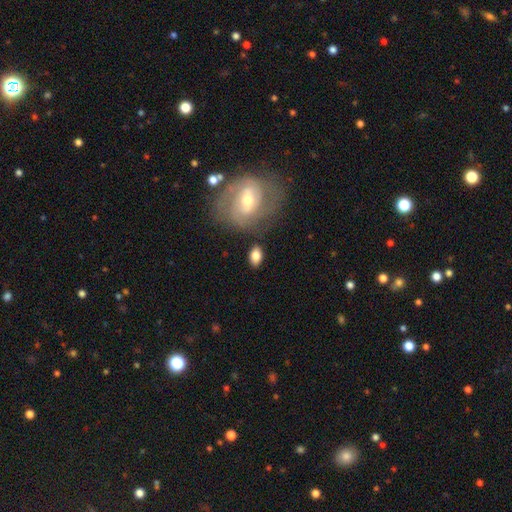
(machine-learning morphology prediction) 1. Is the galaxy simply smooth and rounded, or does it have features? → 79% smooth, 14% featured or disk, 7% star or artifact.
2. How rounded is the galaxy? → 86% in between, 12% round, 2% cigar-shaped.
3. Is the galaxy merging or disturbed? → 78% none, 13% minor disturbance, 6% merger, 4% major disturbance.